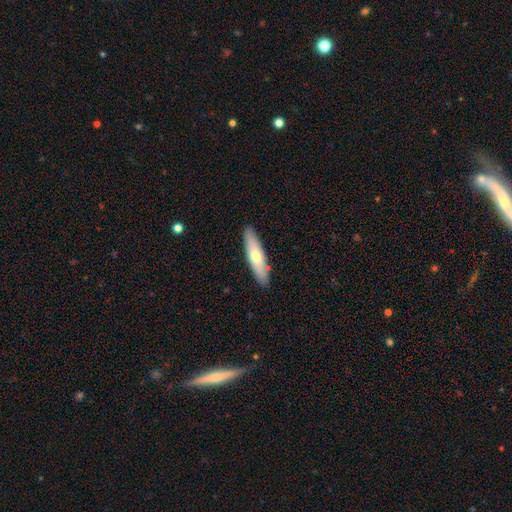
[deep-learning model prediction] Morphology: type=smooth (56%); roundness=cigar-shaped (72%); merging=none (89%).